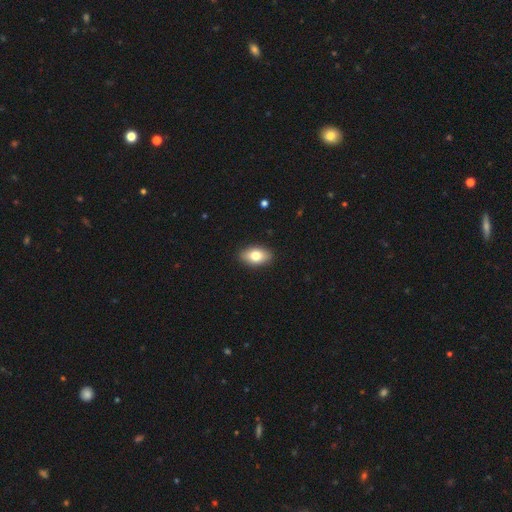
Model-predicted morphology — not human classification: Smooth or featured? smooth (78%)
How rounded? in between (90%)
Merging? none (89%)